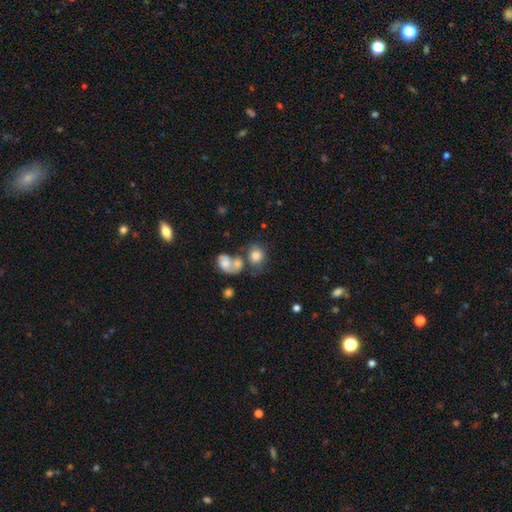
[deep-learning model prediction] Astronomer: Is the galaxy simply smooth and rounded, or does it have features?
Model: smooth — 78%.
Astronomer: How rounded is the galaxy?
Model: round — 60% (runner-up: in between, 38%).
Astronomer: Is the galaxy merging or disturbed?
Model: merger — 41% (runner-up: none, 37%).